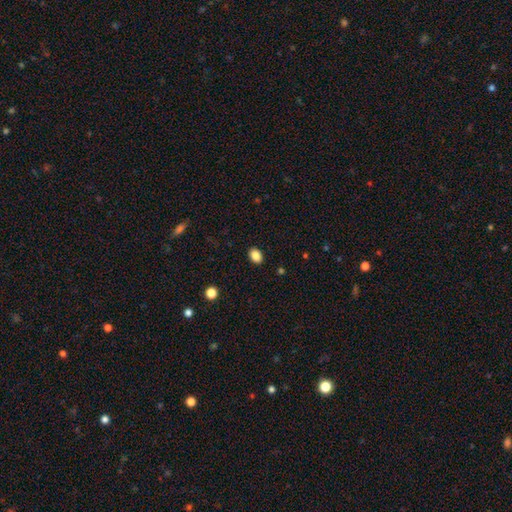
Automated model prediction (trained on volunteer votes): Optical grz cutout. It shows a smooth galaxy with no disk features (87%) that is in between round and cigar-shaped (73%). Merging: none (90%).